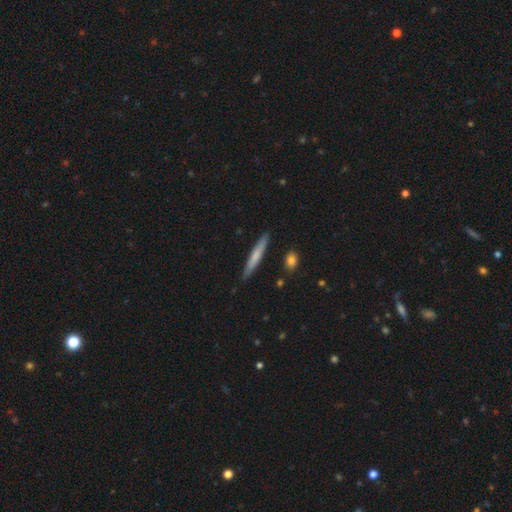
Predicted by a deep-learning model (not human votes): Smooth or featured? Predicted: smooth (p=0.65). How rounded? Predicted: cigar-shaped (p=0.95). Merging? Predicted: none (p=0.88).